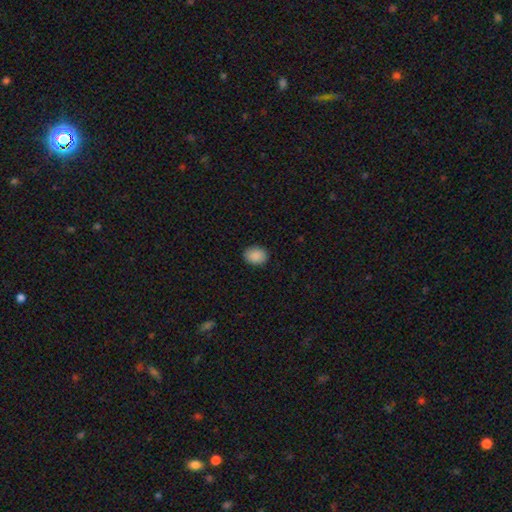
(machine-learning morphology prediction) Smooth or featured?
  - smooth: 89% *
  - star or artifact: 8%
  - featured or disk: 3%
How rounded?
  - in between: 51% *
  - round: 48%
  - cigar-shaped: 1%
Merging?
  - none: 89% *
  - minor disturbance: 8%
  - major disturbance: 2%
  - merger: 1%